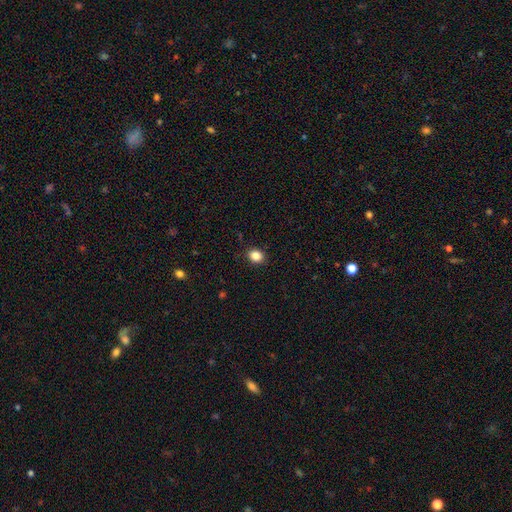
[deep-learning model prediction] This appears to be a smooth galaxy with no disk features (86%) that is round (57%). Merging: none (89%).